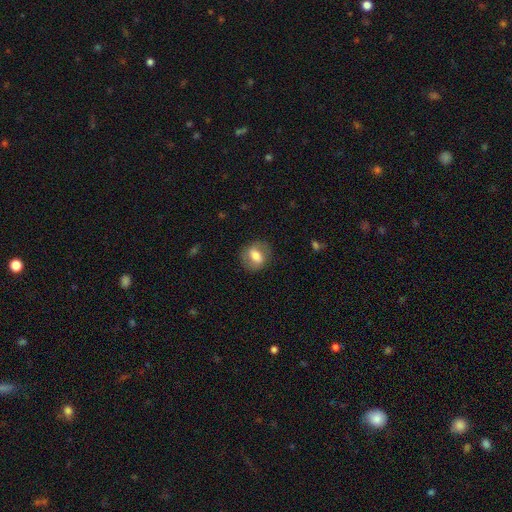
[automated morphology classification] Smooth or featured? smooth (54%)
How rounded? in between (52%)
Merging? none (78%)